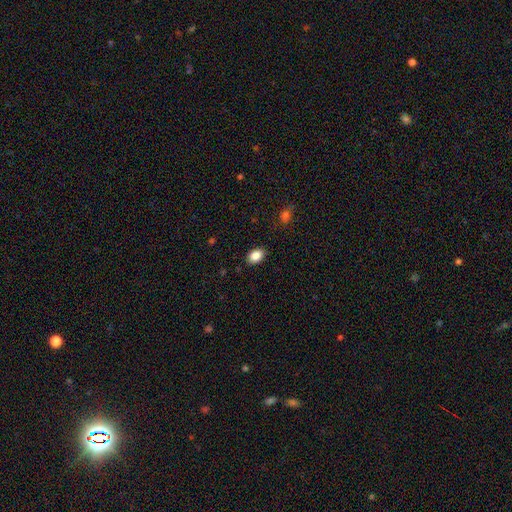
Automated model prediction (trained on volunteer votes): A smooth galaxy with no disk features (87%) that is in between round and cigar-shaped (86%).

Vote fractions:
- Smooth or featured? smooth: 87% / star or artifact: 8% / featured or disk: 4%
- How rounded? in between: 86% / round: 13% / cigar-shaped: 1%
- Merging? none: 87% / minor disturbance: 9% / major disturbance: 2% / merger: 1%